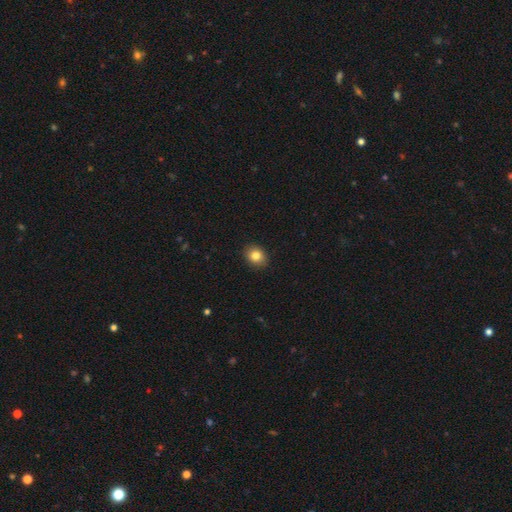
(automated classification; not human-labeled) This is clearly a smooth galaxy (84%). How rounded: possibly round (56%). Merging: clearly none (90%).